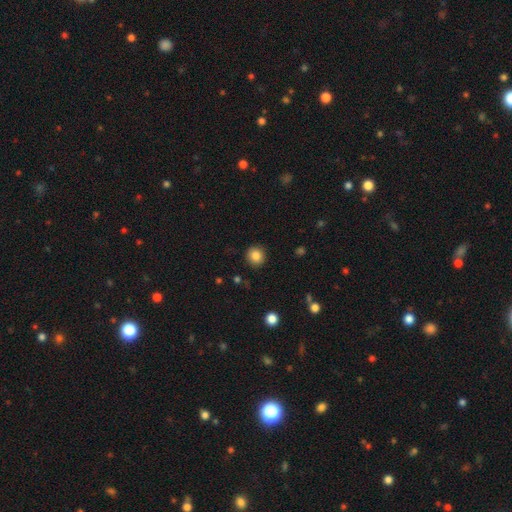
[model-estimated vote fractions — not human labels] Smooth or featured? Predicted: smooth (p=0.85). How rounded? Predicted: round (p=0.92). Merging? Predicted: none (p=0.91).